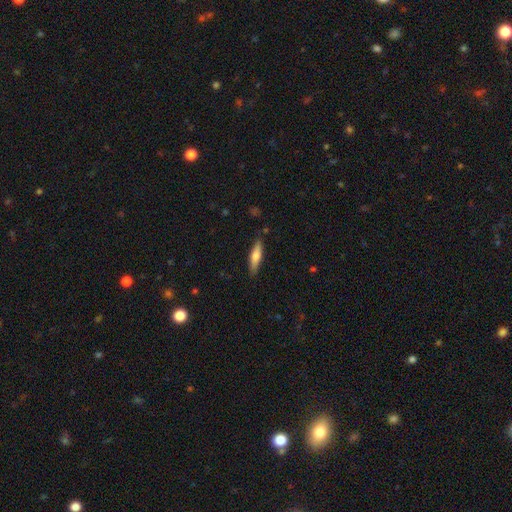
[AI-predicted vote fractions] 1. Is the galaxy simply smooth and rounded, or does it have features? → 64% smooth, 30% featured or disk, 6% star or artifact.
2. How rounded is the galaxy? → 73% cigar-shaped, 25% in between, 2% round.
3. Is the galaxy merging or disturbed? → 86% none, 11% minor disturbance, 2% major disturbance, 1% merger.